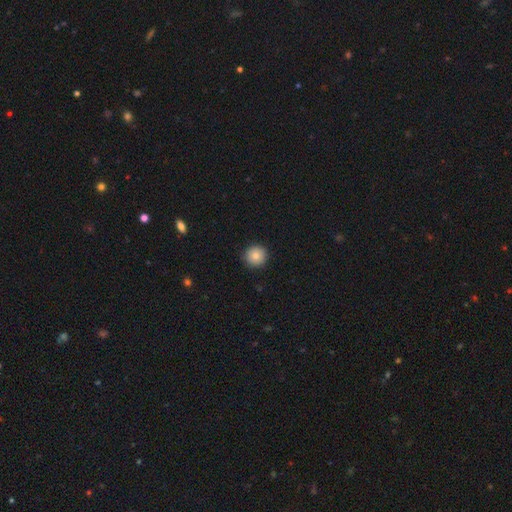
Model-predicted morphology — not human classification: type=smooth (80%); roundness=round (95%); merging=none (91%).